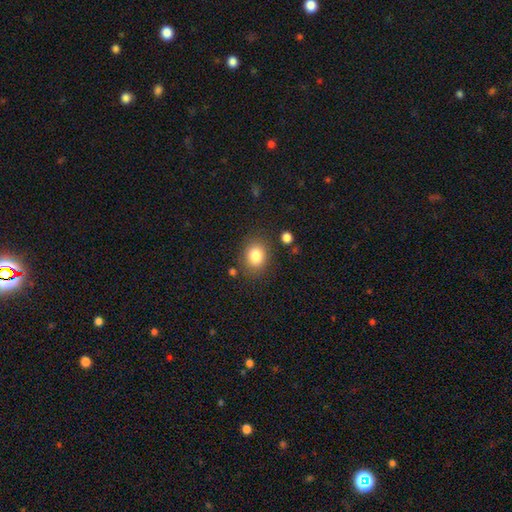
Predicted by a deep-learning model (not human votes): smooth_or_featured: smooth (p=0.84) [alt: star or artifact p=0.10]
how_rounded: round (p=0.57) [alt: in between p=0.42]
merging: none (p=0.81) [alt: minor disturbance p=0.11]